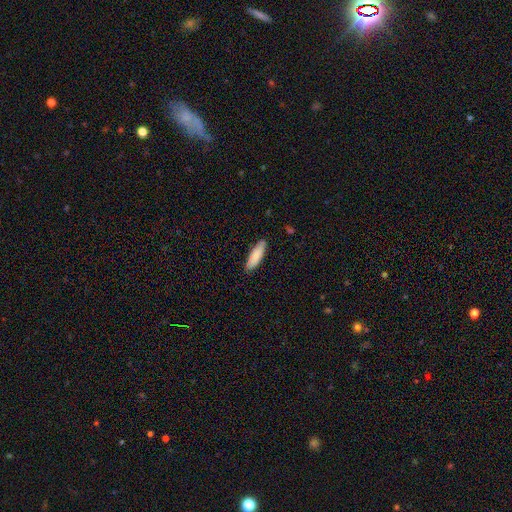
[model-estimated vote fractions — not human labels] Smooth or featured: smooth — 86% (featured or disk — 9%)
How rounded: cigar-shaped — 54% (in between — 45%)
Merging: none — 86% (minor disturbance — 11%)